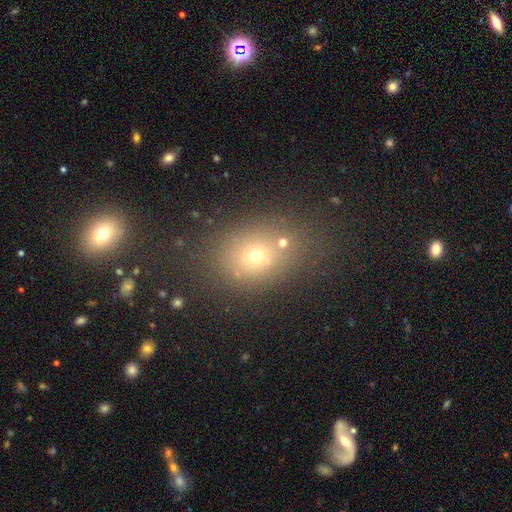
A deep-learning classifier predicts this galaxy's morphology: The model was most divided on "how rounded": in between: 53%, round: 46%, cigar-shaped: 1%. More confident: merging — none (71%); smooth or featured — smooth (62%).